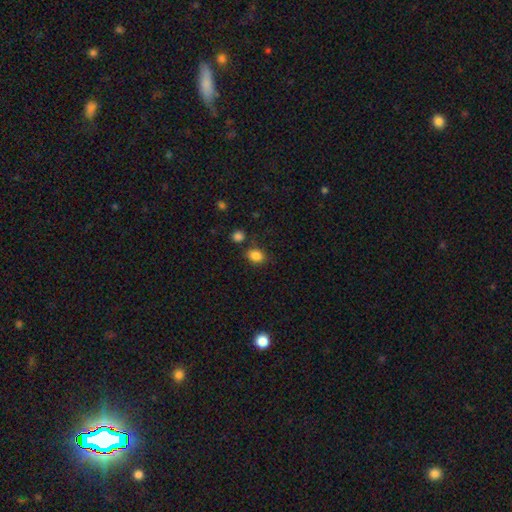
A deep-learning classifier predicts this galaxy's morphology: Smooth or featured? smooth (85%)
How rounded? in between (63%)
Merging? none (75%)